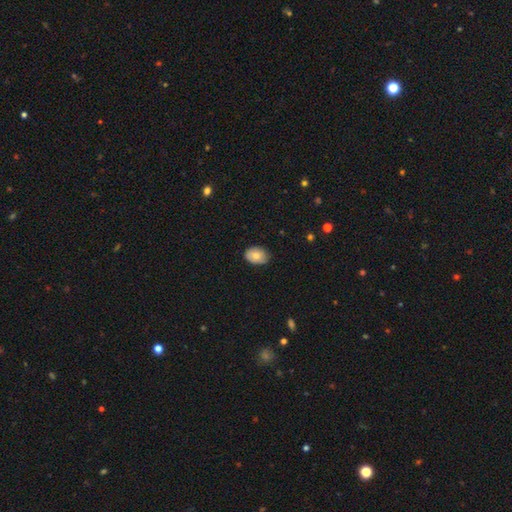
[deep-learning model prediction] smooth-or-featured: smooth: 75% | featured or disk: 17% | star or artifact: 8%
  how-rounded: in between: 76% | round: 23% | cigar-shaped: 1%
  merging: none: 80% | minor disturbance: 17% | major disturbance: 2% | merger: 1%